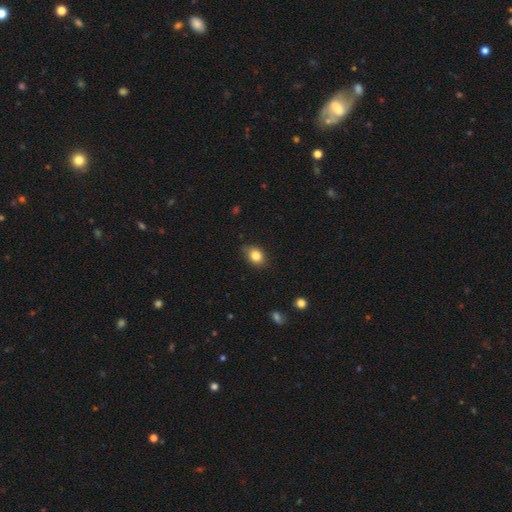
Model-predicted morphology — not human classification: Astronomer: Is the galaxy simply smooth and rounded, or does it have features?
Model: smooth — 83%.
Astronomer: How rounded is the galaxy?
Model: in between — 61% (runner-up: round, 37%).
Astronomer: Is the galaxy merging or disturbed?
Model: none — 78%.